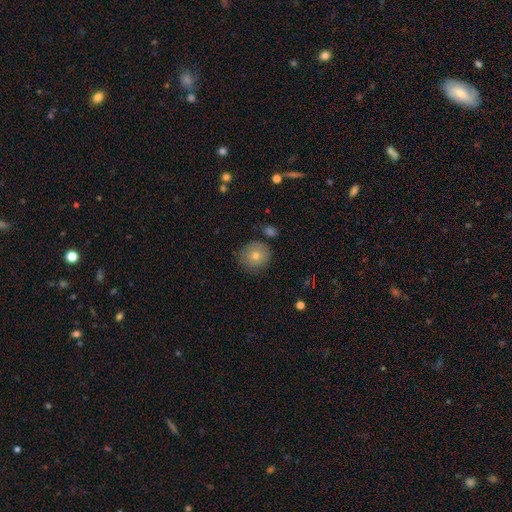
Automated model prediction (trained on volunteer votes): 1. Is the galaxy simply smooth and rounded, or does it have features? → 70% smooth, 18% featured or disk, 12% star or artifact.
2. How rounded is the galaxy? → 93% round, 6% in between, 1% cigar-shaped.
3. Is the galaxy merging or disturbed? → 85% none, 10% minor disturbance, 3% merger, 2% major disturbance.